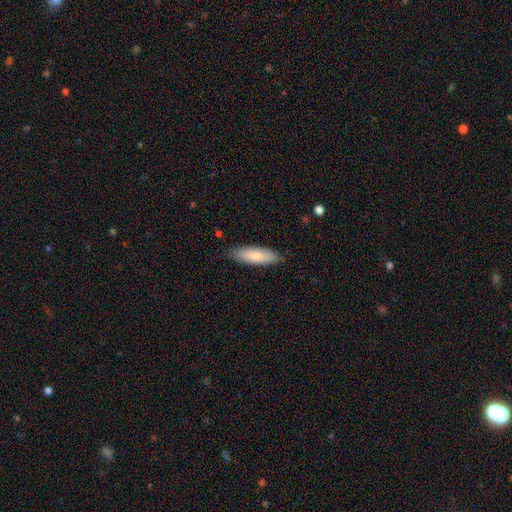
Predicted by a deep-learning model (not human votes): smooth 82%, featured or disk 13%, star or artifact 6%. Down the decision tree: how rounded — in between (49%, tied with cigar-shaped); merging — none (84%).